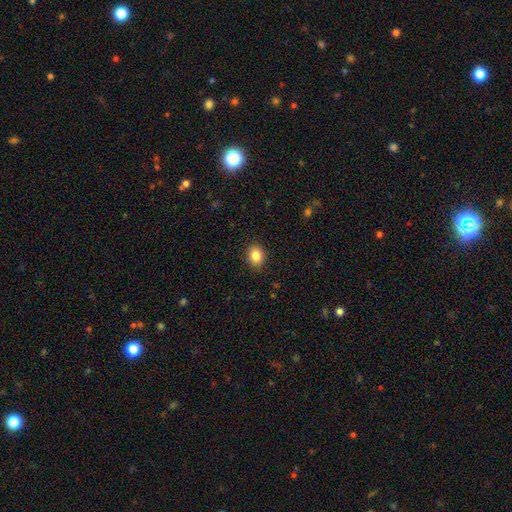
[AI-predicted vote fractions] Smooth or featured: smooth — 86% (star or artifact — 9%)
How rounded: round — 51% (in between — 48%)
Merging: none — 89% (minor disturbance — 8%)